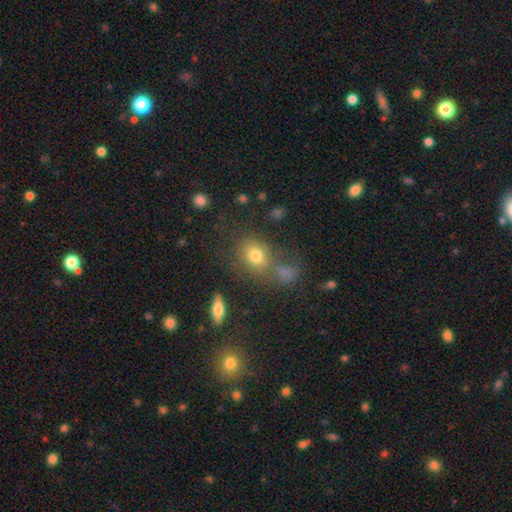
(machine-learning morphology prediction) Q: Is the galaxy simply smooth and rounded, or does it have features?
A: smooth — 73%.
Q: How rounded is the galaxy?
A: round — 51%.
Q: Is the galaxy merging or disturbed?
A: none — 57%.